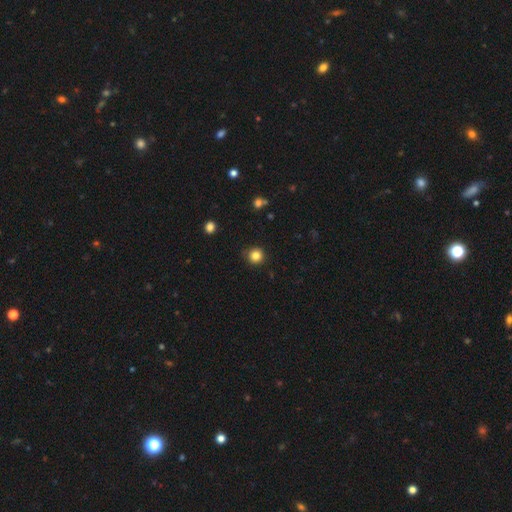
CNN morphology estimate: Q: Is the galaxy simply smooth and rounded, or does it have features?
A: smooth — 83%.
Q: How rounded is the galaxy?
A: round — 94%.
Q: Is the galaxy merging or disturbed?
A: none — 89%.